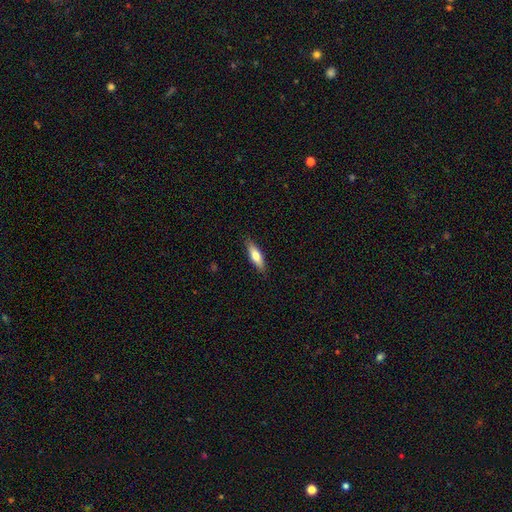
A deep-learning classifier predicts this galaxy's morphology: Overall: smooth (66%; featured or disk 28%). How rounded: cigar-shaped (55%; in between 43%). Merging: none (87%).